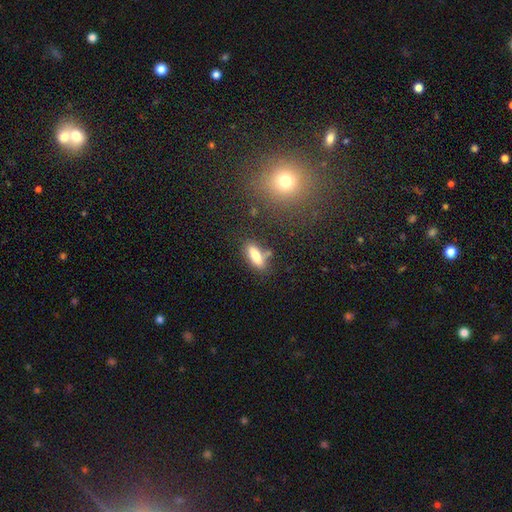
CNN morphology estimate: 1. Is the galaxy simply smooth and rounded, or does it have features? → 75% smooth, 17% featured or disk, 8% star or artifact.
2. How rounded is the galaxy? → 58% in between, 39% cigar-shaped, 3% round.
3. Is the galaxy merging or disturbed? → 69% none, 16% minor disturbance, 10% merger, 5% major disturbance.